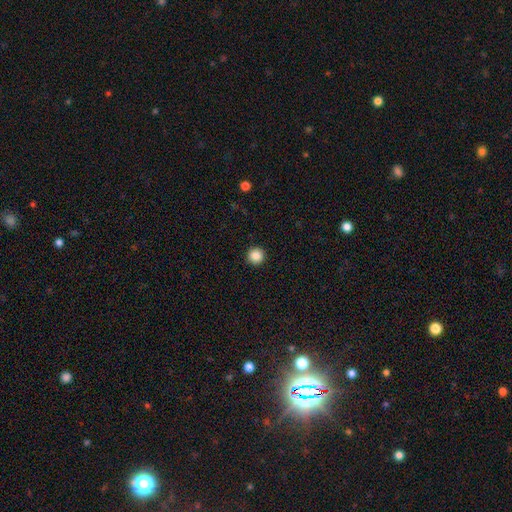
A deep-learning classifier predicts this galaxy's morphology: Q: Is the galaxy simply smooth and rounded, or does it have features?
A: smooth — 86%.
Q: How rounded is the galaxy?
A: round — 96%.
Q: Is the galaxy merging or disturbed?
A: none — 93%.